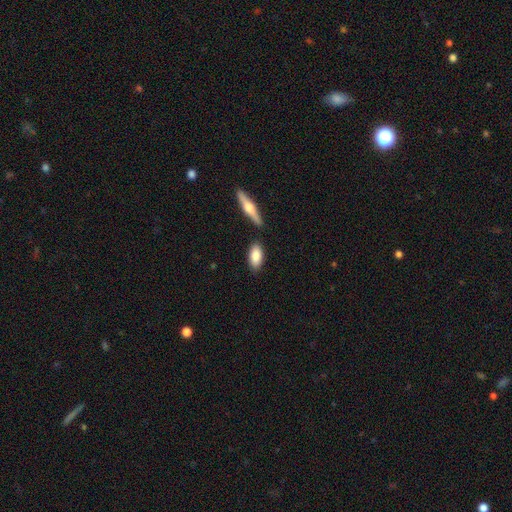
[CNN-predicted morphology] smooth-or-featured: smooth: 82% | featured or disk: 12% | star or artifact: 5%
  how-rounded: in between: 87% | cigar-shaped: 10% | round: 3%
  merging: none: 81% | minor disturbance: 10% | merger: 7% | major disturbance: 2%